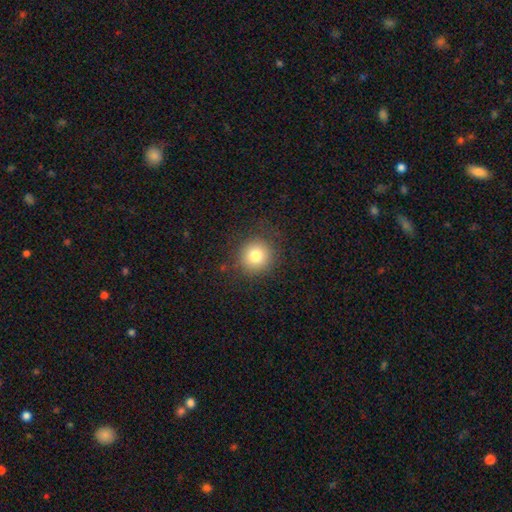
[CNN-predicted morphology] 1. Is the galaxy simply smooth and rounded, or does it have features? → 79% smooth, 12% star or artifact, 9% featured or disk.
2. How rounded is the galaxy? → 93% round, 6% in between, 1% cigar-shaped.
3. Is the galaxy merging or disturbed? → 87% none, 8% minor disturbance, 4% major disturbance, 1% merger.